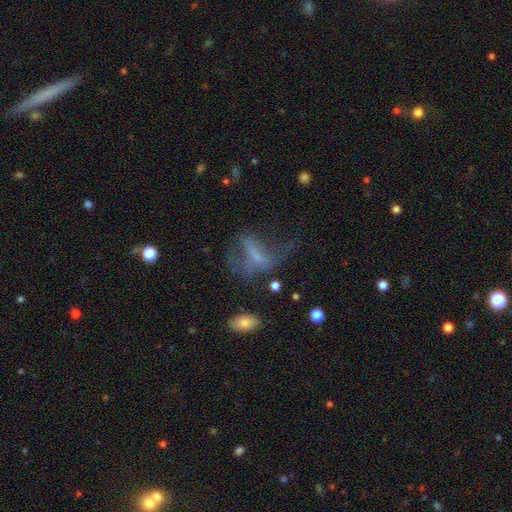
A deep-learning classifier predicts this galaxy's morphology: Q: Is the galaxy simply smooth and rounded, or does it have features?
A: featured or disk — 49%.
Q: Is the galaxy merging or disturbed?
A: major disturbance — 50%.